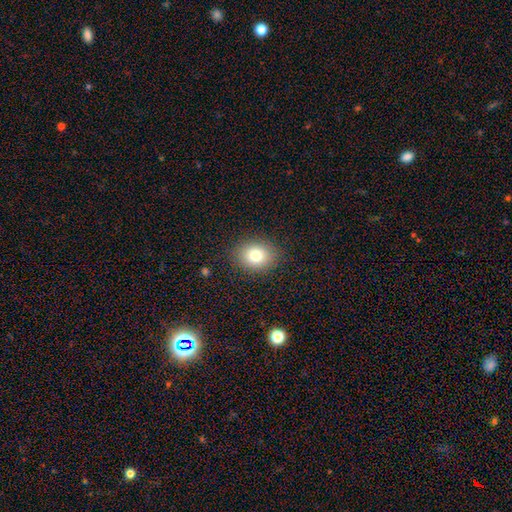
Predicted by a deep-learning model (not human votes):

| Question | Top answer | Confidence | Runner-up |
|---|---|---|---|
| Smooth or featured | smooth | 79% | star or artifact (11%) |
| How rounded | round | 50% | in between (49%) |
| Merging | none | 87% | minor disturbance (9%) |